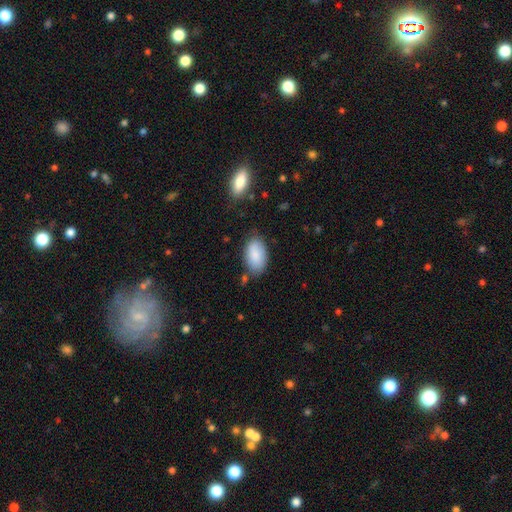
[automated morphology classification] Overall: smooth (87%). How rounded: in between (94%). Merging: none (75%).